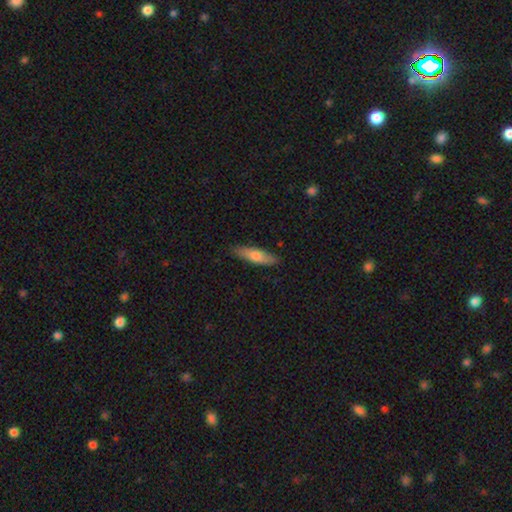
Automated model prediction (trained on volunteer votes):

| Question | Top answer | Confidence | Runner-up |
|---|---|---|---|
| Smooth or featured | smooth | 70% | featured or disk (25%) |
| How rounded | cigar-shaped | 66% | in between (32%) |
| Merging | none | 85% | minor disturbance (11%) |